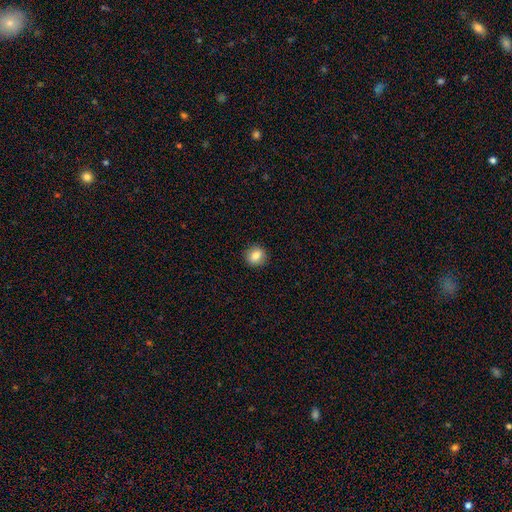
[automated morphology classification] type=smooth (82%); roundness=round (78%); merging=none (90%).